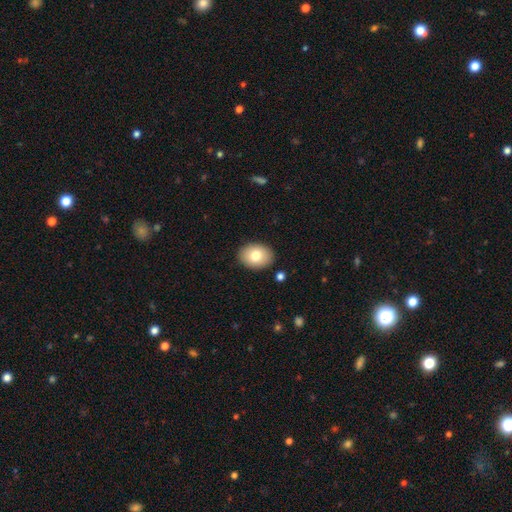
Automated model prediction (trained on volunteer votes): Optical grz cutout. It shows a smooth galaxy with no disk features (78%) that is in between round and cigar-shaped (71%). Merging: none (89%).